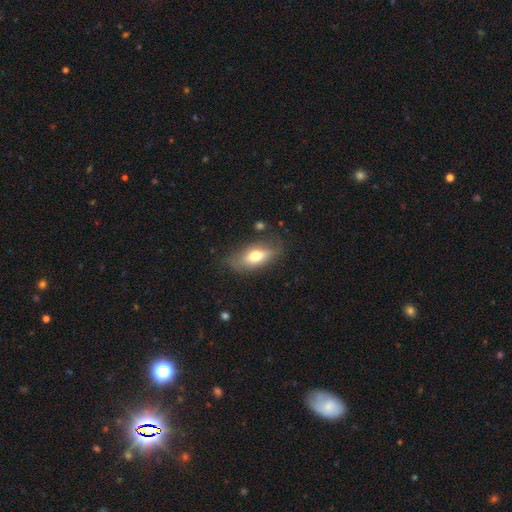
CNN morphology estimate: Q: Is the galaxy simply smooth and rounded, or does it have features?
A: smooth — 66%.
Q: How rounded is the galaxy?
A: in between — 81%.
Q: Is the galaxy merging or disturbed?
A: none — 70%.